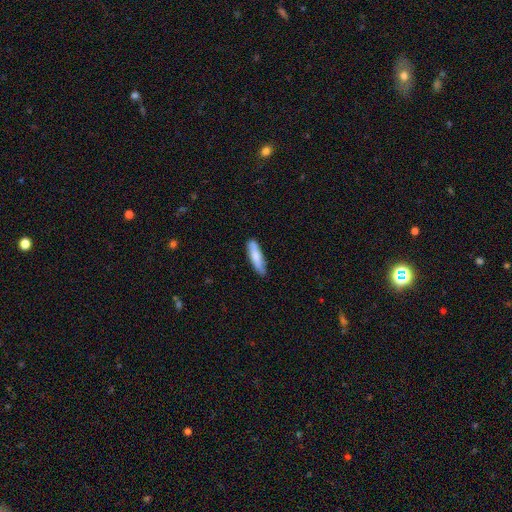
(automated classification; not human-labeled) The model was most divided on "how rounded": cigar-shaped: 71%, in between: 28%, round: 2%. More confident: merging — none (80%); smooth or featured — smooth (74%).